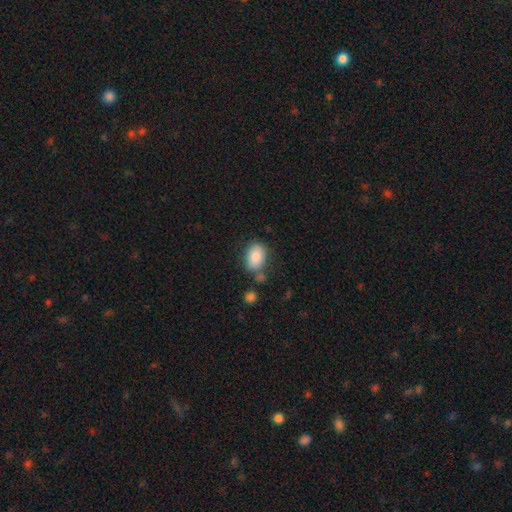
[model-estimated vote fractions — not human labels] smooth-or-featured: smooth: 83% | featured or disk: 9% | star or artifact: 8%
  how-rounded: in between: 81% | round: 18% | cigar-shaped: 1%
  merging: none: 69% | minor disturbance: 17% | merger: 10% | major disturbance: 5%